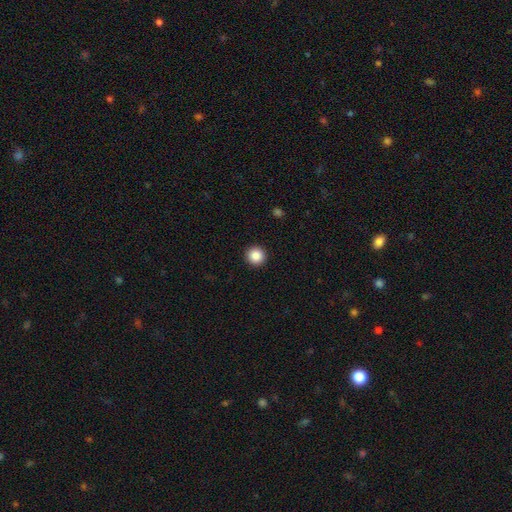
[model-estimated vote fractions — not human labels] smooth 88%, star or artifact 9%, featured or disk 3%. Down the decision tree: how rounded — round (96%); merging — none (93%).